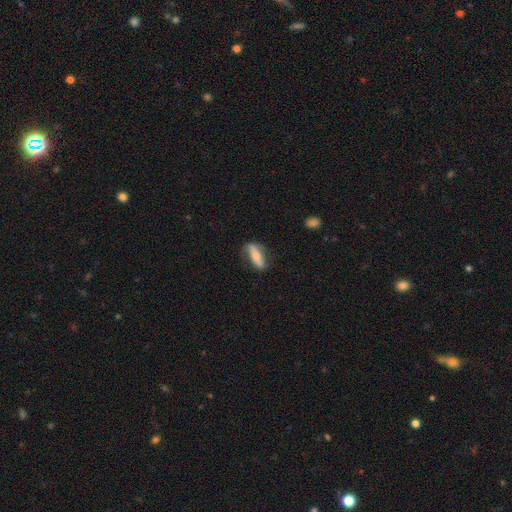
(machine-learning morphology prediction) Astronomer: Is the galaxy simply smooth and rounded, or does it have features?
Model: featured or disk — 50% (runner-up: smooth, 44%).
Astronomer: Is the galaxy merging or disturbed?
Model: none — 70%.